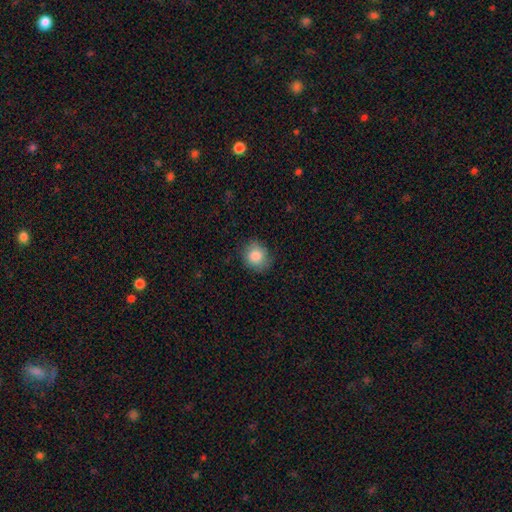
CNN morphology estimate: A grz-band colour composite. It shows a smooth galaxy with no disk features (85%) that is round (79%). Merging: none (83%).